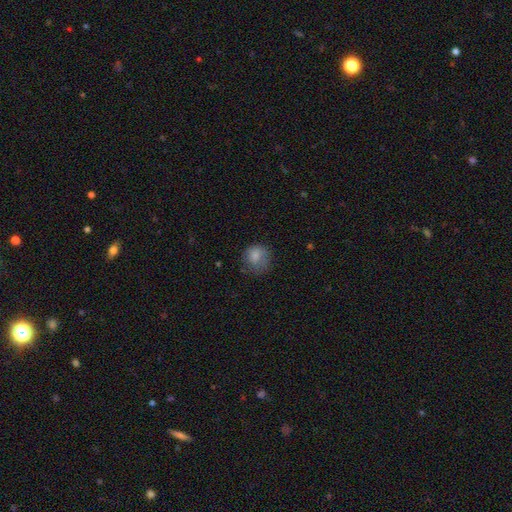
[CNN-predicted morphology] The model was most divided on "merging": none: 59%, minor disturbance: 25%, major disturbance: 14%, merger: 2%. More confident: smooth or featured — smooth (79%); how rounded — round (75%).